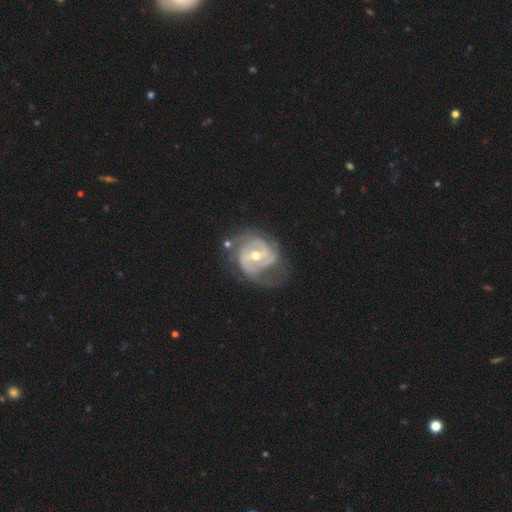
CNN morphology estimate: A featured or disk galaxy (87%) with a weak bar (43%), 2 (50%) tight (51%) spiral arms (94%) and a moderate central bulge (63%). Merging: none (56%).